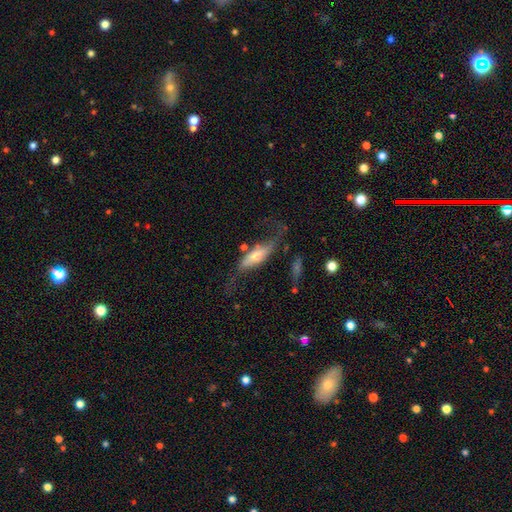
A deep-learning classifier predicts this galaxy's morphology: A featured or disk galaxy (64%).

Vote fractions:
- Smooth or featured? featured or disk: 64% / smooth: 29% / star or artifact: 7%
- Edge-on disk? no: 68% / yes: 32%
- Merging? none: 46% / major disturbance: 26% / minor disturbance: 23% / merger: 5%